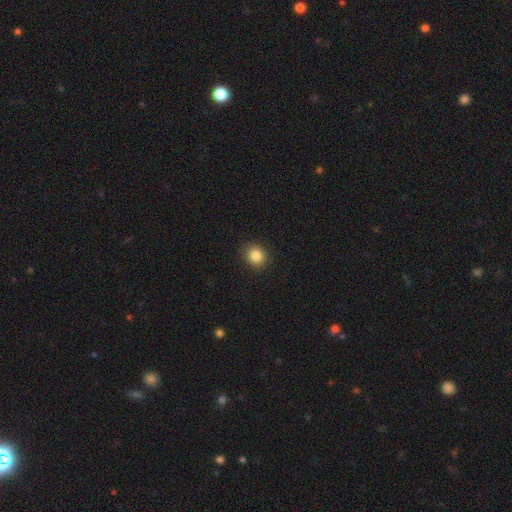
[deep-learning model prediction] A smooth galaxy with no disk features (86%) that is round (82%). Merging: none (89%).